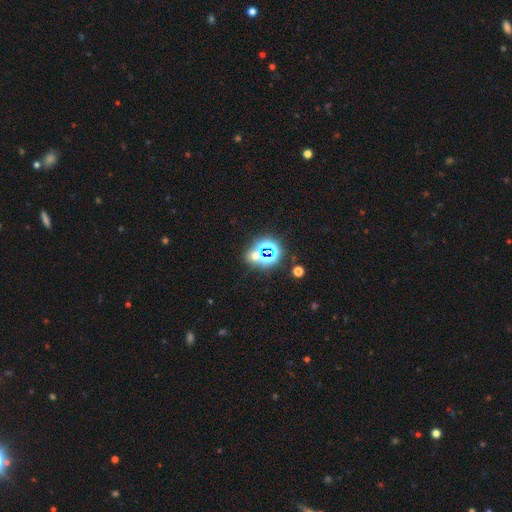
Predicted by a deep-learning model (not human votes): smooth-or-featured: star or artifact: 59% | smooth: 30% | featured or disk: 11%